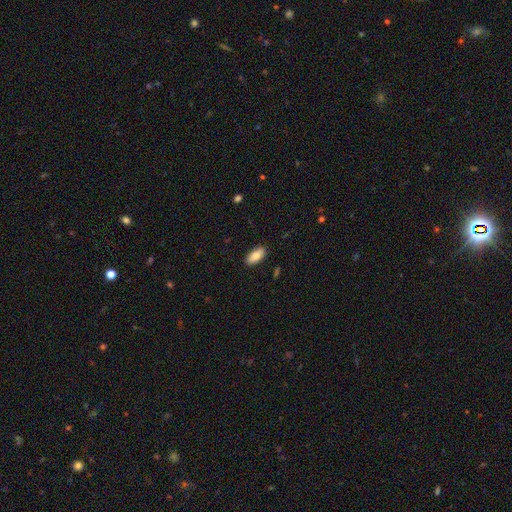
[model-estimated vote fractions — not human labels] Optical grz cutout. It shows a smooth galaxy with no disk features (83%) that is in between round and cigar-shaped (90%). Merging: none (89%).